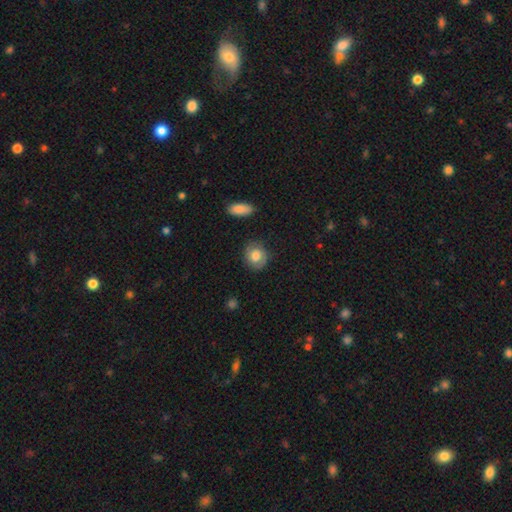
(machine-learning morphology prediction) This appears to be a smooth galaxy with no disk features (64%) that is round (72%). Merging: none (78%).